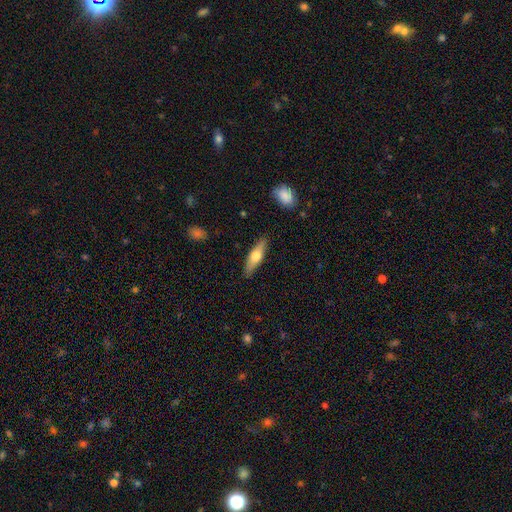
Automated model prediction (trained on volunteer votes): Smooth or featured? Predicted: smooth (p=0.54). How rounded? Predicted: cigar-shaped (p=0.61). Merging? Predicted: none (p=0.87).